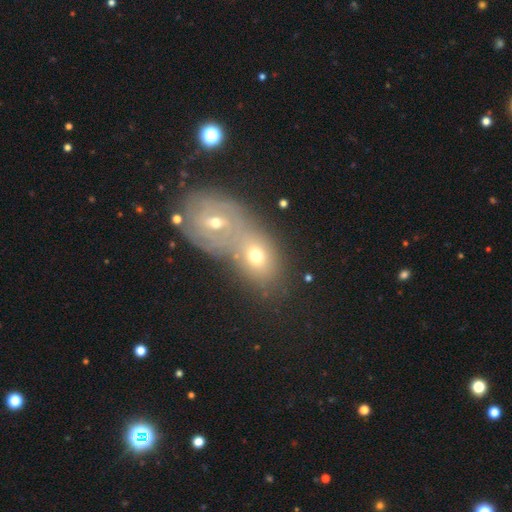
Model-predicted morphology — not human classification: A featured or disk galaxy (45%). Merging: merger (54%).